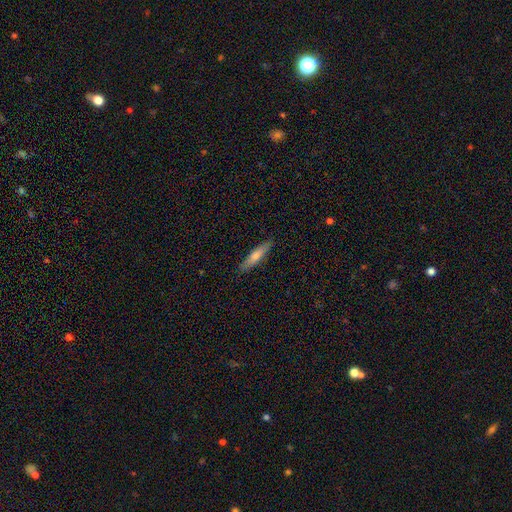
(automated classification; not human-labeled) Q: Smooth or featured?
A: smooth (60%); runner-up: featured or disk (34%)
Q: How rounded?
A: cigar-shaped (83%); runner-up: in between (16%)
Q: Merging?
A: none (89%); runner-up: minor disturbance (8%)